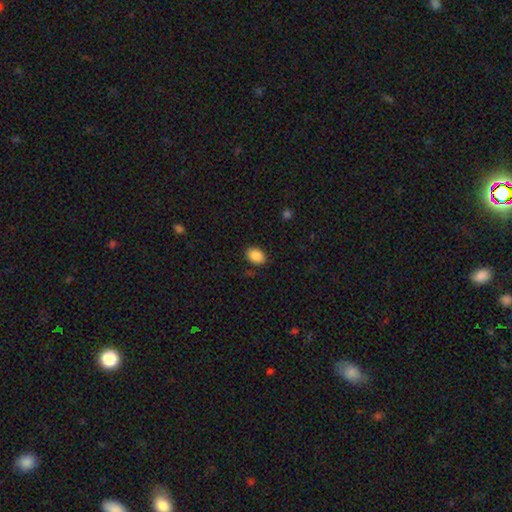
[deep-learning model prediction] Smooth or featured: smooth — 88% (star or artifact — 8%)
How rounded: in between — 79% (round — 20%)
Merging: none — 87% (minor disturbance — 10%)